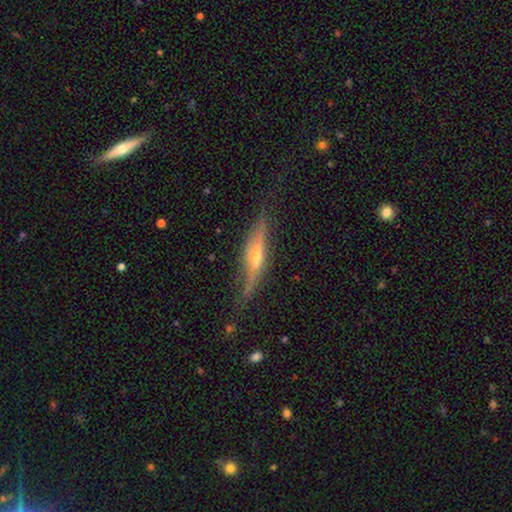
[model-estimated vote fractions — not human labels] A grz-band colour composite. It shows a featured or disk galaxy (70%) viewed edge-on (93%) with a rounded central bulge (69%). Merging: none (76%).